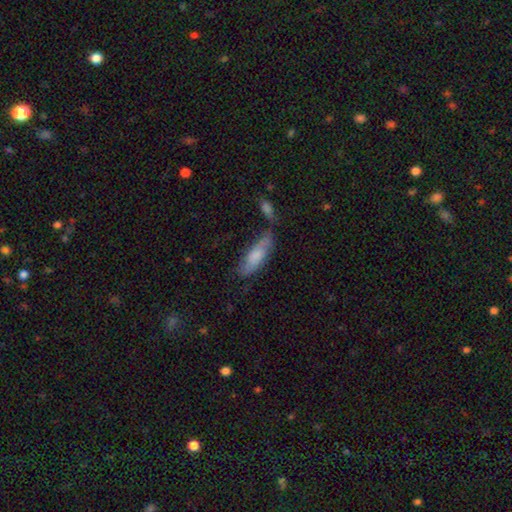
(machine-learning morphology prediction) Overall: smooth (68%). How rounded: in between (57%; cigar-shaped 41%). Merging: none (55%; minor disturbance 24%).